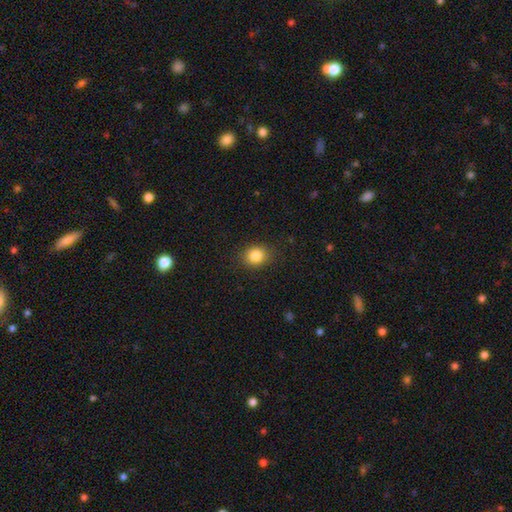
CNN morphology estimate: Smooth or featured? Predicted: smooth (p=0.85). How rounded? Predicted: round (p=0.63). Merging? Predicted: none (p=0.86).